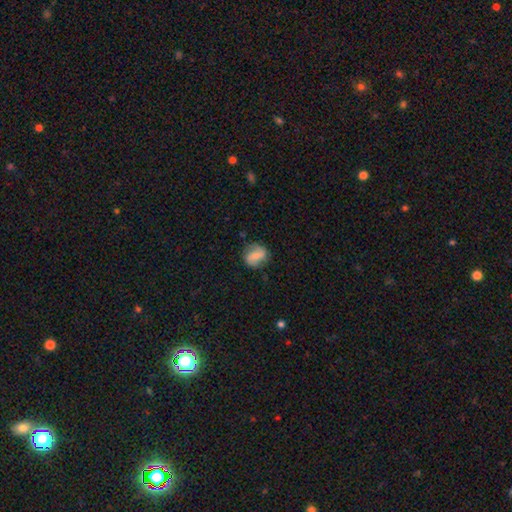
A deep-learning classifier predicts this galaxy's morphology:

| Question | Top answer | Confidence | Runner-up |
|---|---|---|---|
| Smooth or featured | smooth | 51% | featured or disk (41%) |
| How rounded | round | 68% | in between (31%) |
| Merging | none | 72% | minor disturbance (20%) |